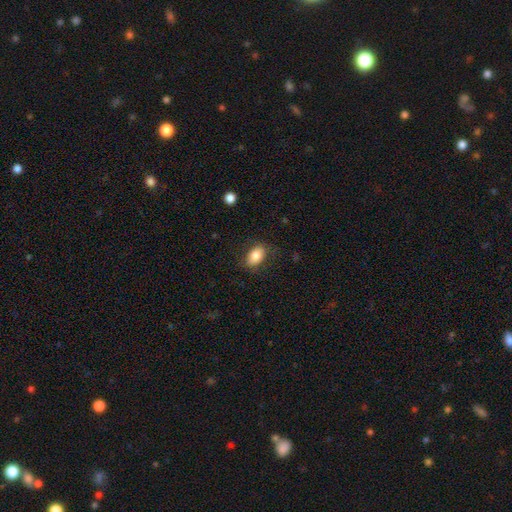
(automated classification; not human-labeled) smooth-or-featured: smooth: 81% | featured or disk: 11% | star or artifact: 8%
  how-rounded: in between: 89% | round: 10% | cigar-shaped: 2%
  merging: none: 81% | minor disturbance: 14% | major disturbance: 4% | merger: 1%